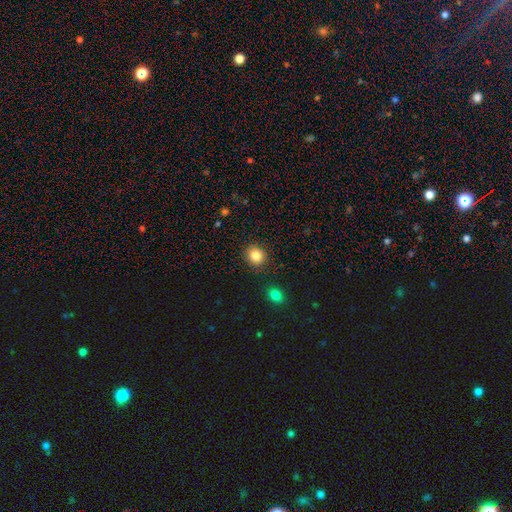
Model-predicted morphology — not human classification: type=smooth (84%); roundness=round (80%); merging=none (89%).